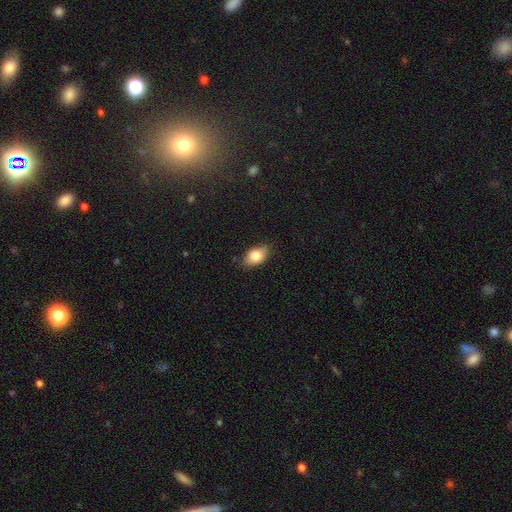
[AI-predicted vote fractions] A smooth galaxy with no disk features (81%) that is in between round and cigar-shaped (87%). Merging: none (78%).